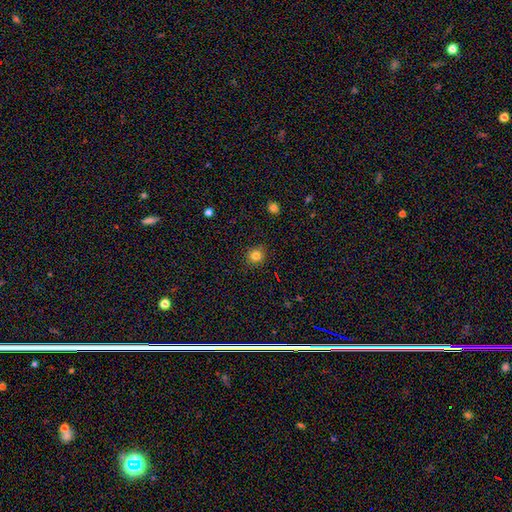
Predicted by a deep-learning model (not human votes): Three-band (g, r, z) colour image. It shows a smooth galaxy with no disk features (81%) that is round (88%). Merging: none (89%).